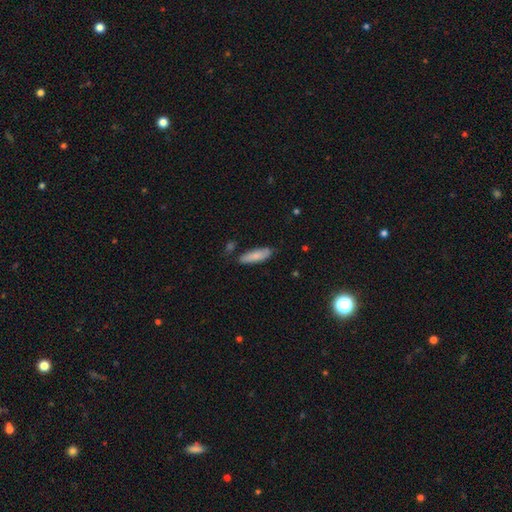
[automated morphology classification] type=smooth (80%); roundness=in between (51%); merging=none (77%).